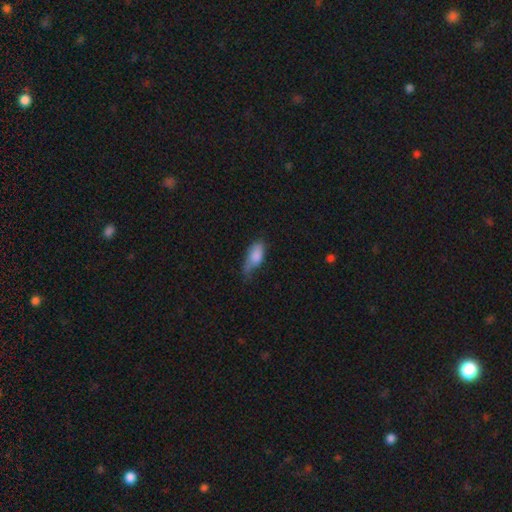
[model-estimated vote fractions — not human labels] Smooth or featured? smooth (81%)
How rounded? in between (84%)
Merging? minor disturbance (45%)